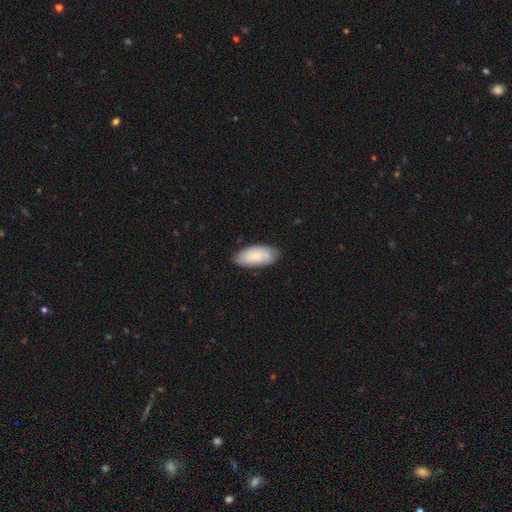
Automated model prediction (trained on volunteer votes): This is likely a smooth galaxy (70%). How rounded: clearly in between (91%). Merging: likely none (77%).